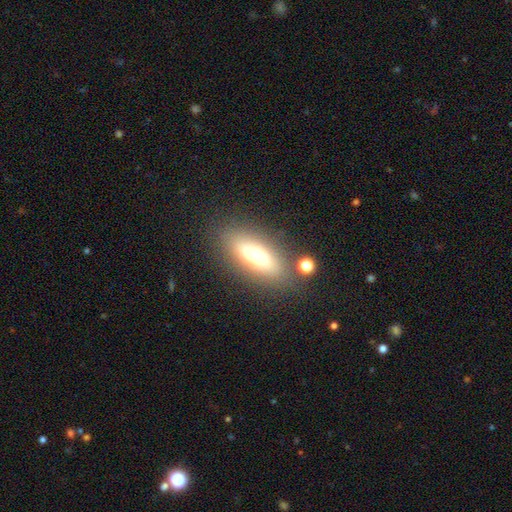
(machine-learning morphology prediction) smooth 63%, featured or disk 28%, star or artifact 10%. Down the decision tree: how rounded — in between (67%); merging — none (78%).